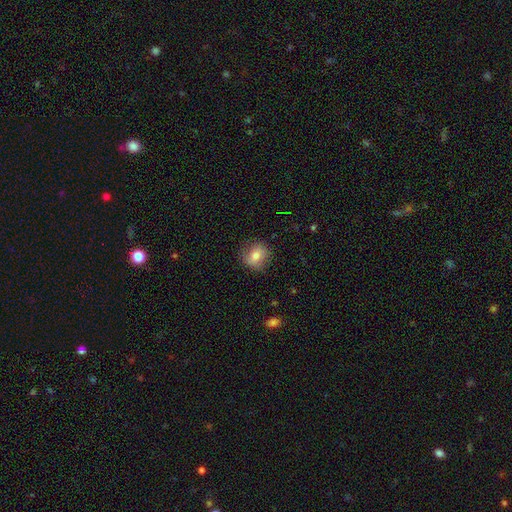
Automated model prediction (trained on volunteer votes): Overall: smooth (67%). How rounded: round (72%). Merging: none (78%).